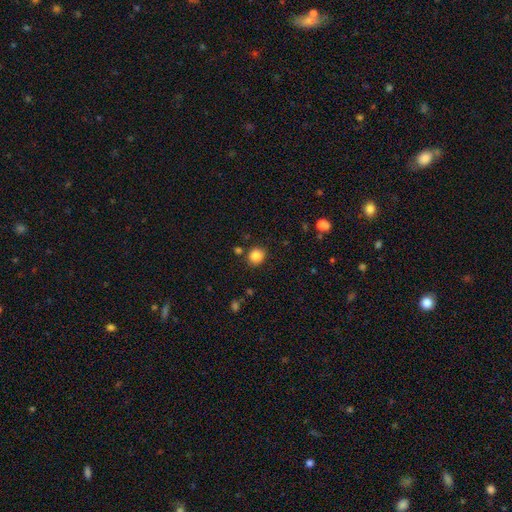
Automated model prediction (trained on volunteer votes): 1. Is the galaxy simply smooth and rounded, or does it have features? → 84% smooth, 10% star or artifact, 5% featured or disk.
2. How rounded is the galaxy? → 86% round, 13% in between, 1% cigar-shaped.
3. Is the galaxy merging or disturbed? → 82% none, 10% minor disturbance, 5% merger, 3% major disturbance.